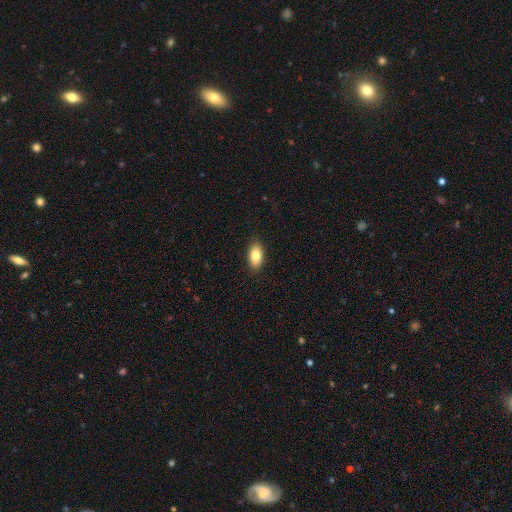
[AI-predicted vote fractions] smooth 82%, featured or disk 11%, star or artifact 7%. Down the decision tree: how rounded — in between (91%); merging — none (88%).